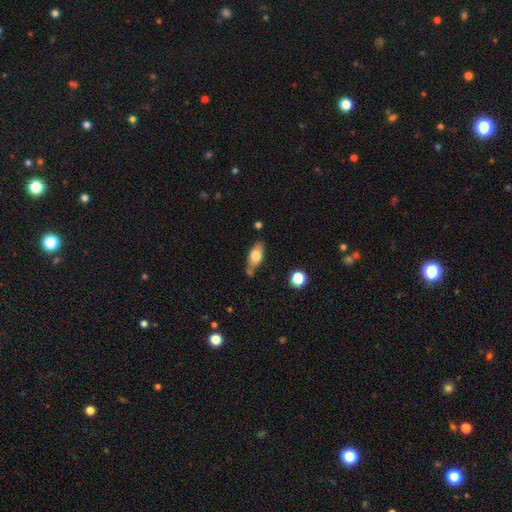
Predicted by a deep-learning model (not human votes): Overall: smooth (71%). How rounded: in between (84%). Merging: none (65%).